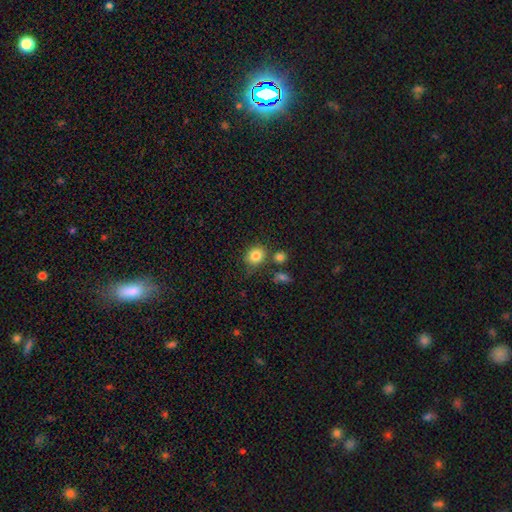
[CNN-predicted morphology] This appears to be a smooth galaxy with no disk features (83%) that is round (69%). Merging: none (72%).